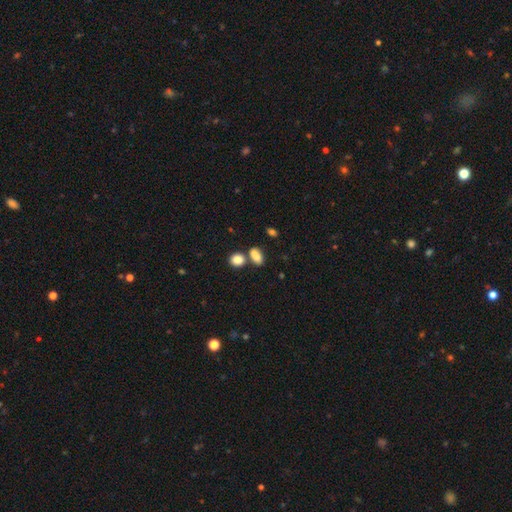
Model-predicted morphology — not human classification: The model was most divided on "merging": none: 45%, merger: 40%, minor disturbance: 11%, major disturbance: 4%. More confident: smooth or featured — smooth (83%); how rounded — in between (76%).